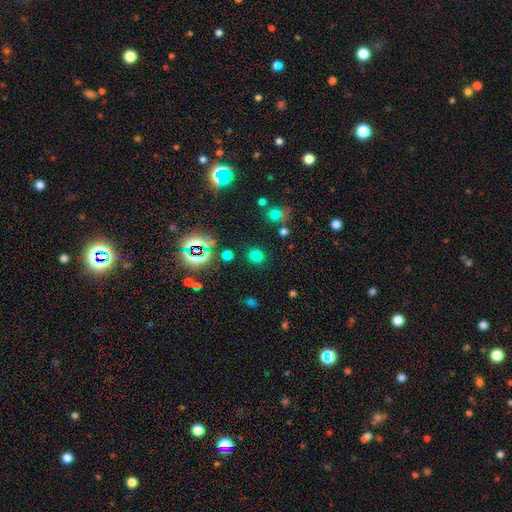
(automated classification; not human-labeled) Q: Smooth or featured?
A: smooth (68%); runner-up: star or artifact (27%)
Q: How rounded?
A: round (77%); runner-up: in between (21%)
Q: Merging?
A: none (85%); runner-up: minor disturbance (8%)